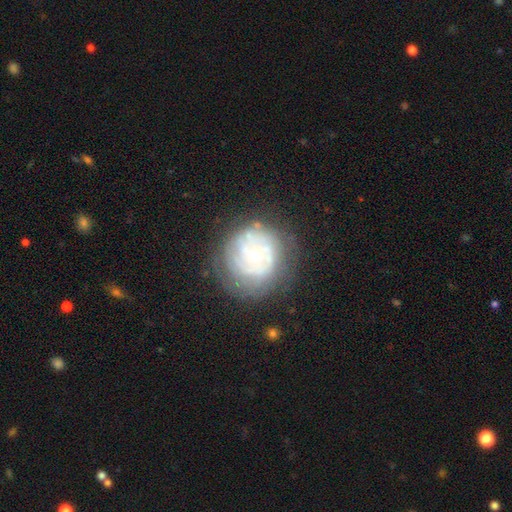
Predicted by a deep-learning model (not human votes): smooth_or_featured: featured or disk (p=0.71) [alt: smooth p=0.22]
disk_edge_on: no (p=0.97) [alt: yes p=0.03]
bar: no (p=0.82) [alt: weak p=0.14]
has_spiral_arms: yes (p=0.65) [alt: no p=0.35]
bulge_size: moderate (p=0.70) [alt: small p=0.22]
merging: none (p=0.70) [alt: minor disturbance p=0.18]